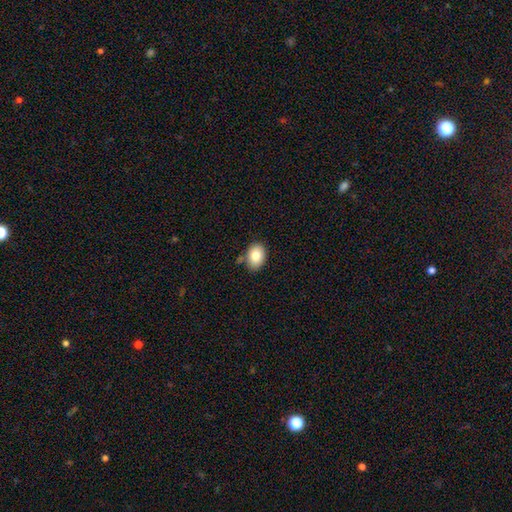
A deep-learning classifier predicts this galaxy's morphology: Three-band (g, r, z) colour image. It shows a smooth galaxy with no disk features (82%) that is in between round and cigar-shaped (79%). Merging: none (78%).